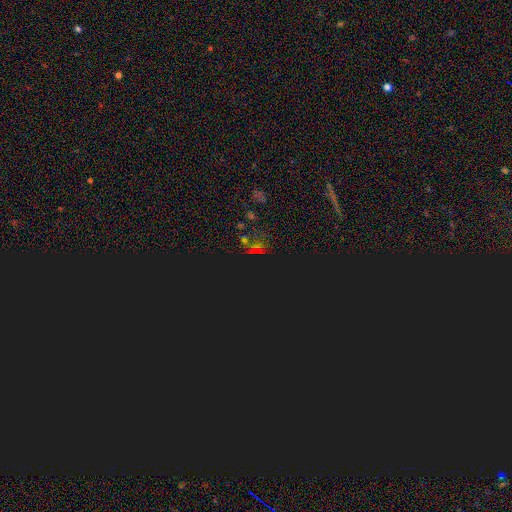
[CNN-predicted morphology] Smooth or featured?
  - star or artifact: 79% *
  - smooth: 13%
  - featured or disk: 8%